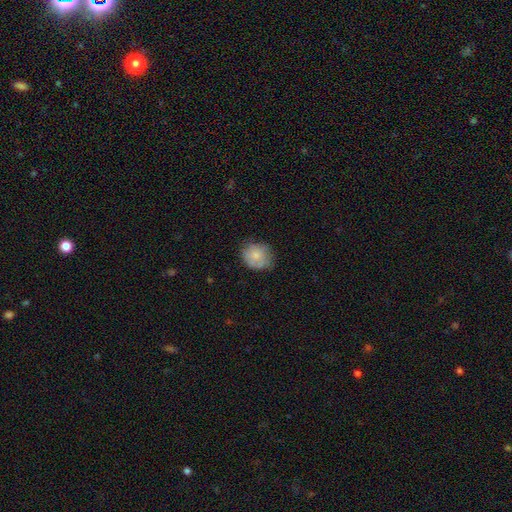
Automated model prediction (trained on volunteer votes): A smooth galaxy with no disk features (73%) that is round (71%).

Vote fractions:
- Smooth or featured? smooth: 73% / featured or disk: 19% / star or artifact: 8%
- How rounded? round: 71% / in between: 28% / cigar-shaped: 1%
- Merging? none: 63% / minor disturbance: 27% / major disturbance: 8% / merger: 2%